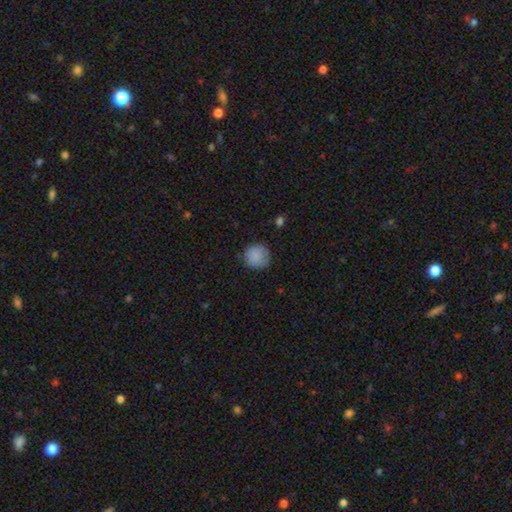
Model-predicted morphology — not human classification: Smooth or featured? smooth (86%)
How rounded? round (92%)
Merging? none (80%)